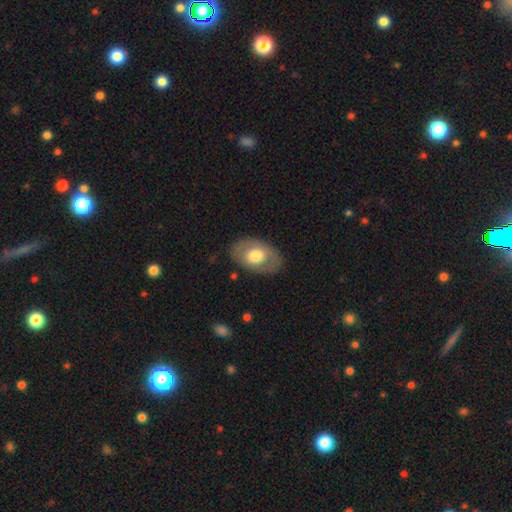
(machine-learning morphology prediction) smooth 57%, featured or disk 37%, star or artifact 6%. Down the decision tree: how rounded — in between (87%); merging — none (81%).